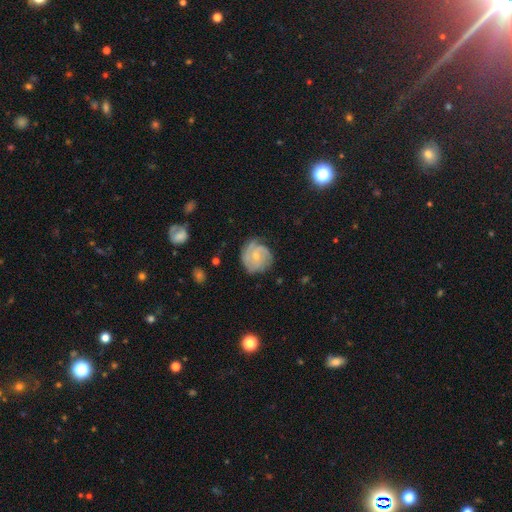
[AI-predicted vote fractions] Smooth or featured? Predicted: featured or disk (p=0.71). Edge-on disk? Predicted: no (p=0.98). Bar? Predicted: no (p=0.67). Spiral arms? Predicted: yes (p=0.91). Spiral winding? Predicted: tight (p=0.59). Spiral arm count? Predicted: can't tell (p=0.30). Bulge size? Predicted: small (p=0.61). Merging? Predicted: none (p=0.67).